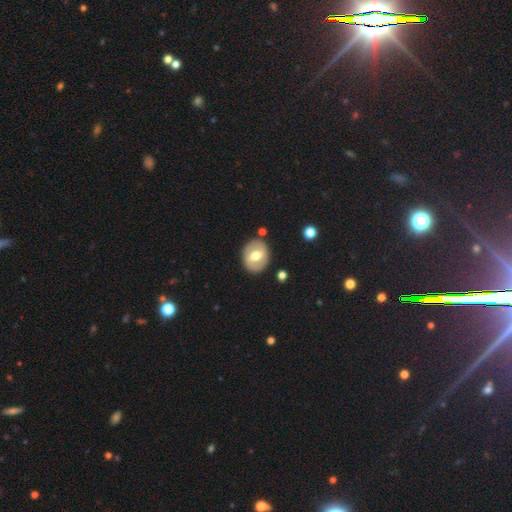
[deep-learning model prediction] A featured or disk galaxy (51%).

Vote fractions:
- Smooth or featured? featured or disk: 51% / smooth: 42% / star or artifact: 6%
- Edge-on disk? no: 94% / yes: 6%
- Merging? none: 84% / minor disturbance: 10% / major disturbance: 3% / merger: 3%